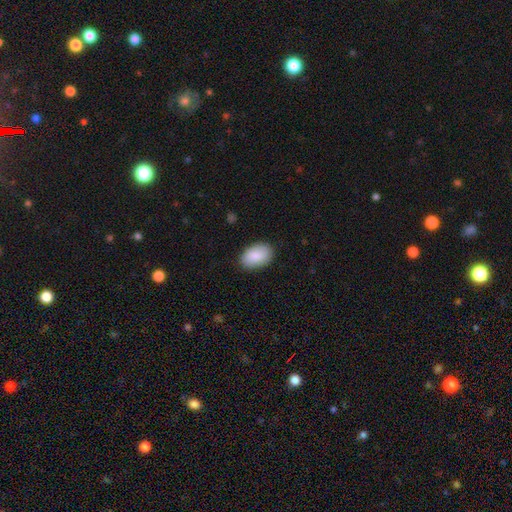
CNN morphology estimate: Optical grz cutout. It shows a smooth galaxy with no disk features (88%) that is in between round and cigar-shaped (92%). Merging: none (87%).